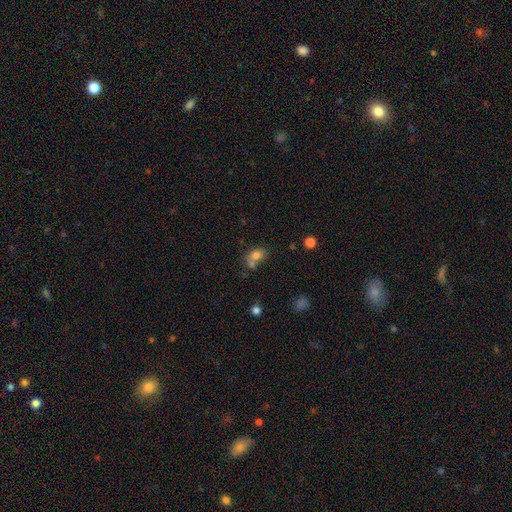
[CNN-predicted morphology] A smooth galaxy with no disk features (76%) that is in between round and cigar-shaped (61%). Merging: merger (42%).